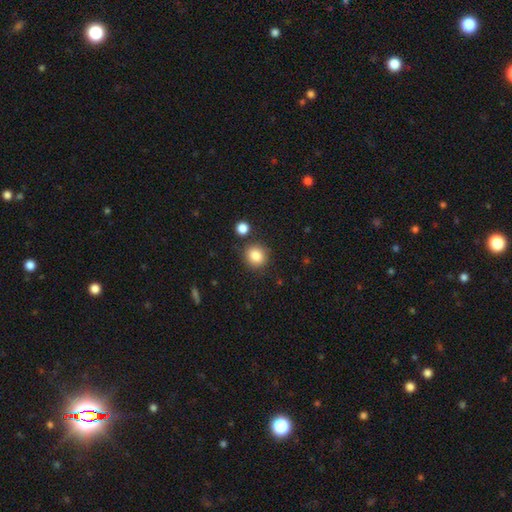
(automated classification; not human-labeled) Q: Smooth or featured?
A: smooth (86%); runner-up: star or artifact (9%)
Q: How rounded?
A: round (86%); runner-up: in between (13%)
Q: Merging?
A: none (82%); runner-up: minor disturbance (9%)